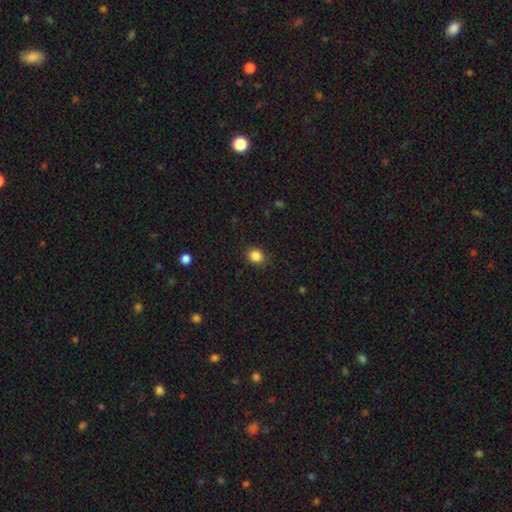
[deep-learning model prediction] smooth 86%, star or artifact 11%, featured or disk 4%. Down the decision tree: how rounded — round (64%); merging — none (86%).